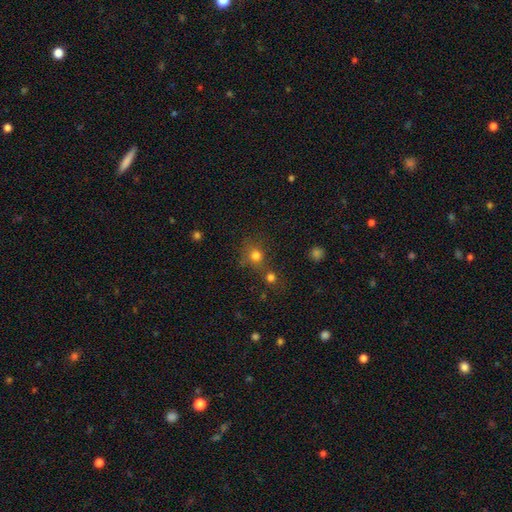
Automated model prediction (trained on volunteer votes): smooth-or-featured: smooth: 75% | star or artifact: 17% | featured or disk: 8%
  how-rounded: round: 84% | in between: 15% | cigar-shaped: 1%
  merging: none: 54% | merger: 30% | minor disturbance: 10% | major disturbance: 6%